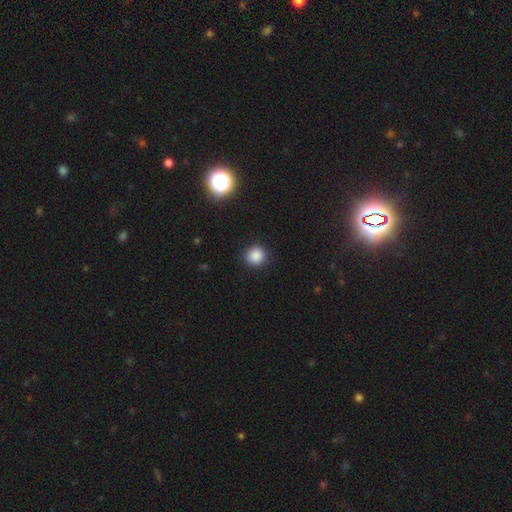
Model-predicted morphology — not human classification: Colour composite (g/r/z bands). It shows a smooth galaxy with no disk features (86%) that is round (89%). Merging: none (89%).